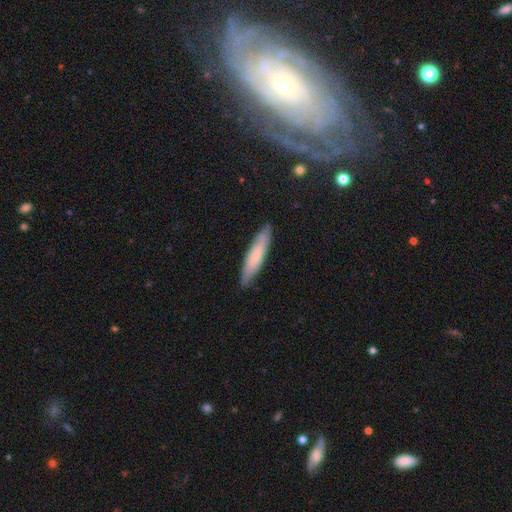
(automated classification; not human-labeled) Overall: smooth (65%; featured or disk 29%). How rounded: cigar-shaped (83%). Merging: none (82%).